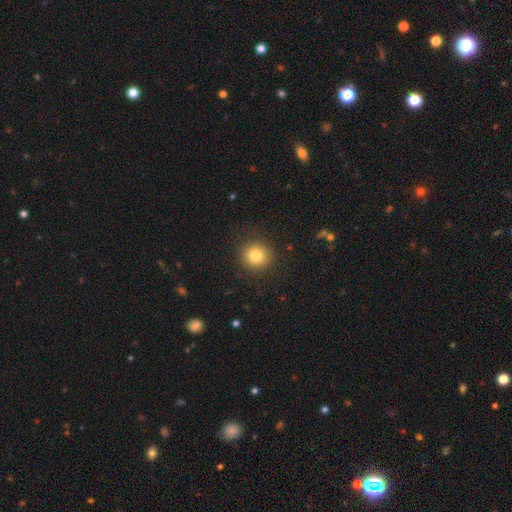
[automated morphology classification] smooth-or-featured: smooth: 82% | star or artifact: 11% | featured or disk: 7%
  how-rounded: round: 92% | in between: 7% | cigar-shaped: 1%
  merging: none: 90% | minor disturbance: 6% | major disturbance: 3% | merger: 1%